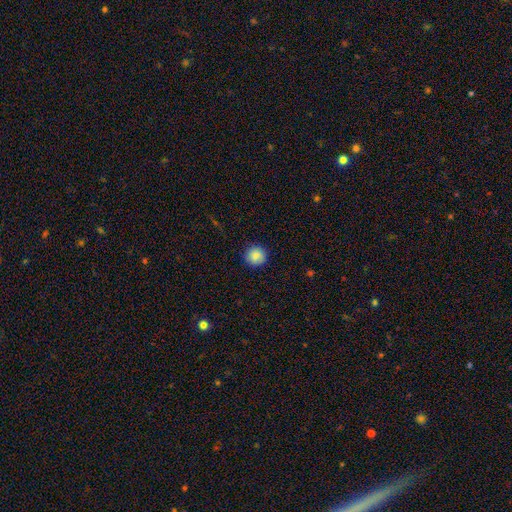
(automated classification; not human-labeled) smooth_or_featured: smooth (p=0.86) [alt: star or artifact p=0.09]
how_rounded: round (p=0.94) [alt: in between p=0.05]
merging: none (p=0.90) [alt: minor disturbance p=0.07]